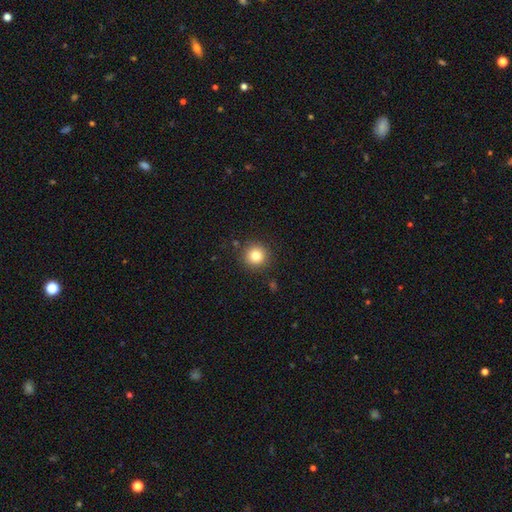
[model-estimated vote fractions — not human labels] A smooth galaxy with no disk features (81%) that is round (94%). Merging: none (89%).